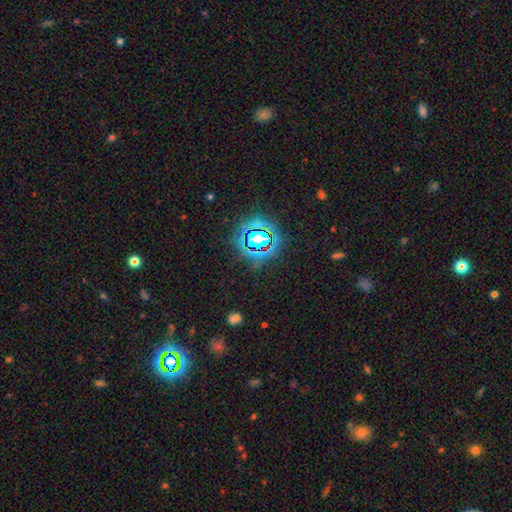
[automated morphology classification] This appears to be a star or artifact, not a galaxy (80%).